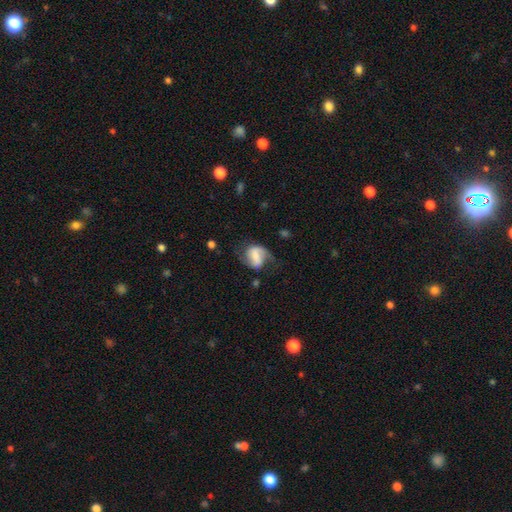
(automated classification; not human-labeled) The model was most divided on "bulge size": none: 31%, small: 28%, moderate: 23%, large: 14%, dominant: 4%. Remaining: edge-on disk — no (97%); spiral arms — yes (87%); spiral arm count — 2 (81%); smooth or featured — featured or disk (61%); merging — none (50%); spiral winding — loose (44%); bar — strong (42%).